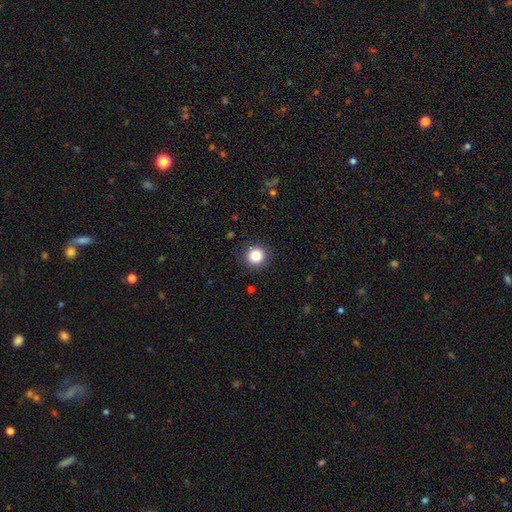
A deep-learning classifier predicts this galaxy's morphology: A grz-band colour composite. It shows a smooth galaxy with no disk features (86%) that is round (93%). Merging: none (90%).